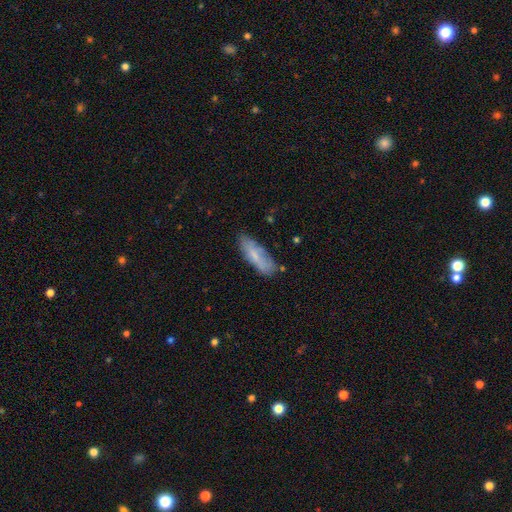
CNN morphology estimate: The model was most divided on "how rounded": in between: 54%, cigar-shaped: 44%, round: 2%. More confident: merging — none (69%); smooth or featured — smooth (69%).